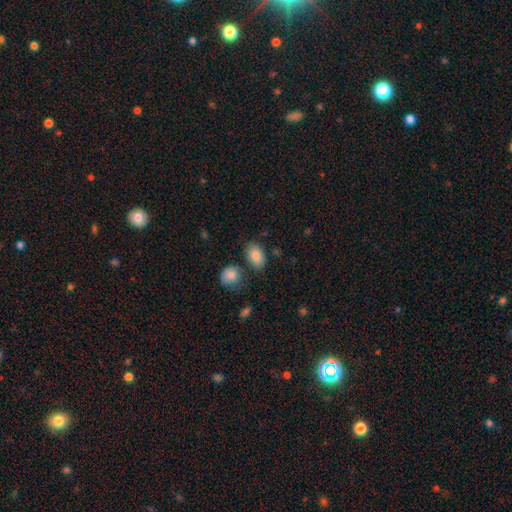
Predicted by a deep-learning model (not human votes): This is clearly a smooth galaxy (86%). How rounded: clearly in between (89%). Merging: likely none (74%).